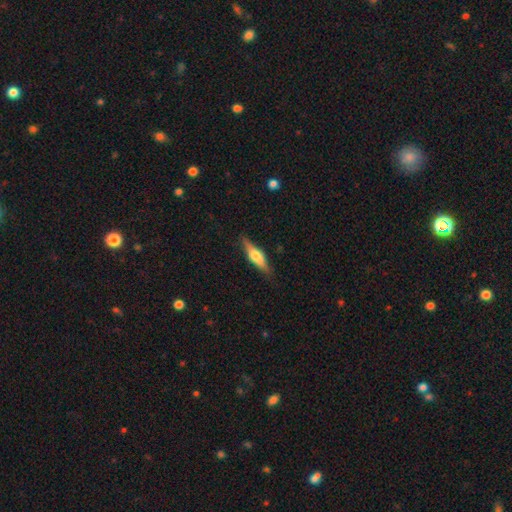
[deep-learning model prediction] Smooth or featured: featured or disk — 53% (smooth — 41%)
Edge-on disk: yes — 94% (no — 6%)
Merging: none — 86% (minor disturbance — 11%)